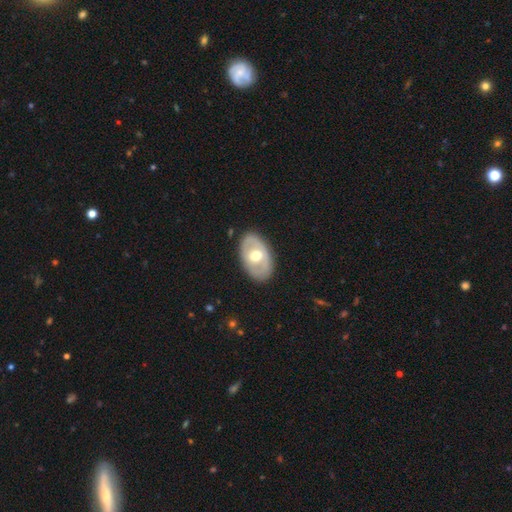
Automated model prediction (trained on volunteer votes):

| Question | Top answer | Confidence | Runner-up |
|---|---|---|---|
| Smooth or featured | featured or disk | 52% | smooth (43%) |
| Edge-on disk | no | 89% | yes (11%) |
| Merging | none | 84% | minor disturbance (12%) |